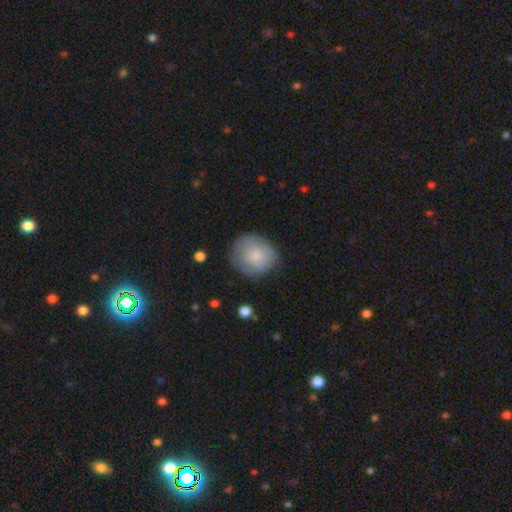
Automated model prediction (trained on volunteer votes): This is likely a smooth galaxy (74%). How rounded: clearly round (83%). Merging: likely none (74%).